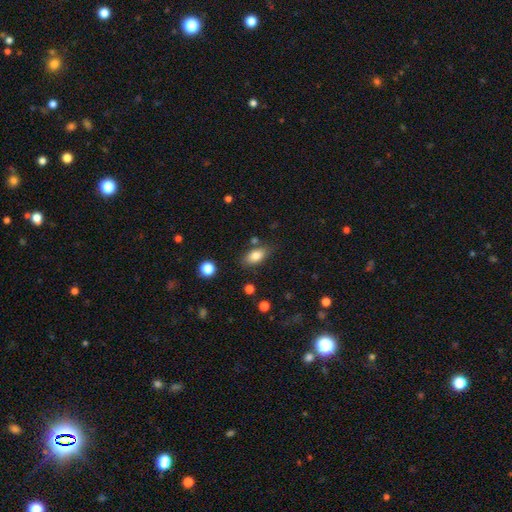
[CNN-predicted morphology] Smooth or featured?
  - smooth: 82% *
  - featured or disk: 10%
  - star or artifact: 8%
How rounded?
  - in between: 88% *
  - round: 7%
  - cigar-shaped: 5%
Merging?
  - none: 76% *
  - minor disturbance: 15%
  - merger: 5%
  - major disturbance: 4%